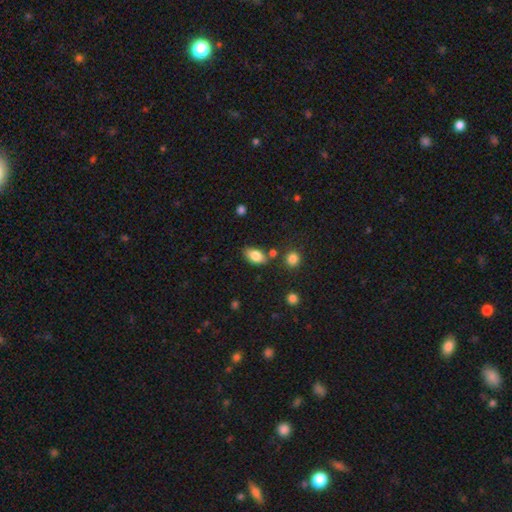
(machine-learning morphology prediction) Smooth or featured? smooth (82%)
How rounded? in between (89%)
Merging? none (74%)